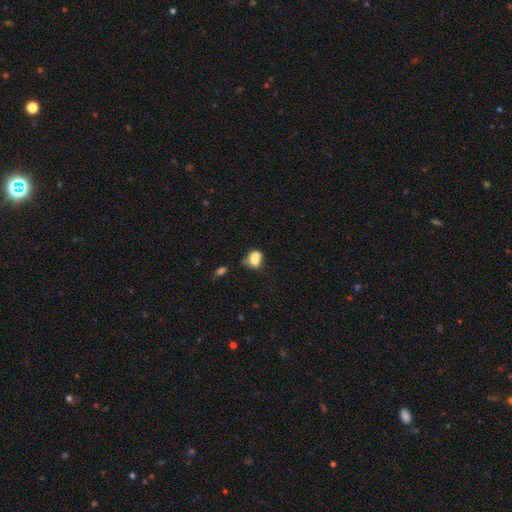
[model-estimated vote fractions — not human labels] A smooth galaxy with no disk features (69%) that is round (64%).

Vote fractions:
- Smooth or featured? smooth: 69% / featured or disk: 21% / star or artifact: 11%
- How rounded? round: 64% / in between: 35% / cigar-shaped: 1%
- Merging? merger: 57% / none: 28% / minor disturbance: 10% / major disturbance: 5%